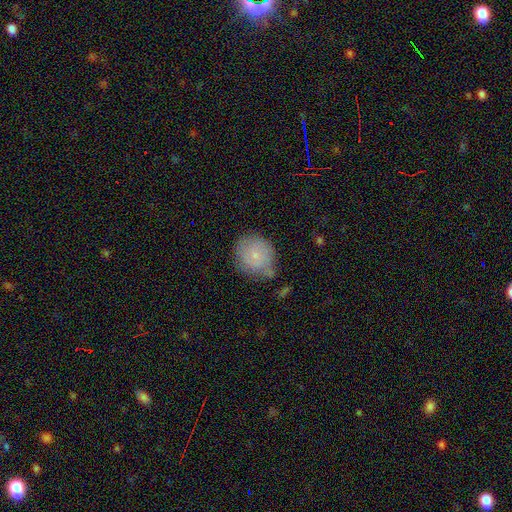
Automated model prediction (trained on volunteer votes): Overall: smooth (71%). How rounded: round (80%). Merging: none (61%; minor disturbance 25%).